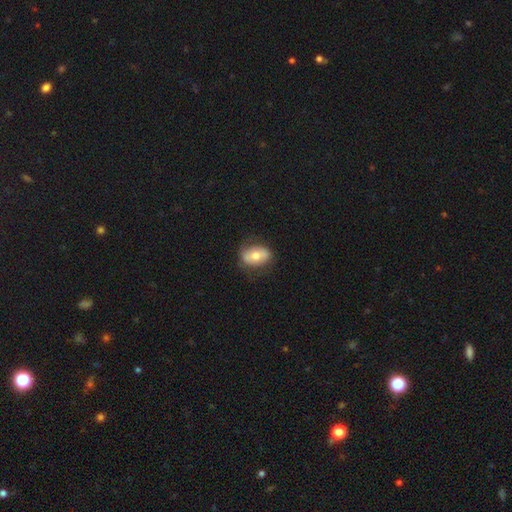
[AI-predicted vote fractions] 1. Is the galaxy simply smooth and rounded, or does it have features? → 60% smooth, 33% featured or disk, 7% star or artifact.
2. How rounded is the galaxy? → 79% in between, 20% round, 2% cigar-shaped.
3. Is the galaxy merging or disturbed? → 74% none, 19% minor disturbance, 6% major disturbance, 1% merger.